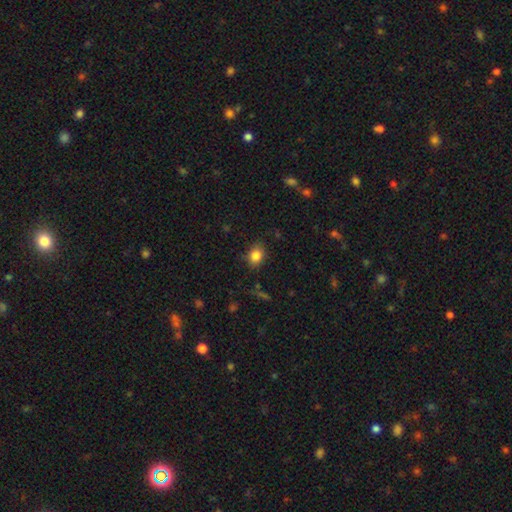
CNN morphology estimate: Q: Smooth or featured?
A: smooth (84%); runner-up: star or artifact (10%)
Q: How rounded?
A: in between (56%); runner-up: round (43%)
Q: Merging?
A: none (80%); runner-up: minor disturbance (14%)